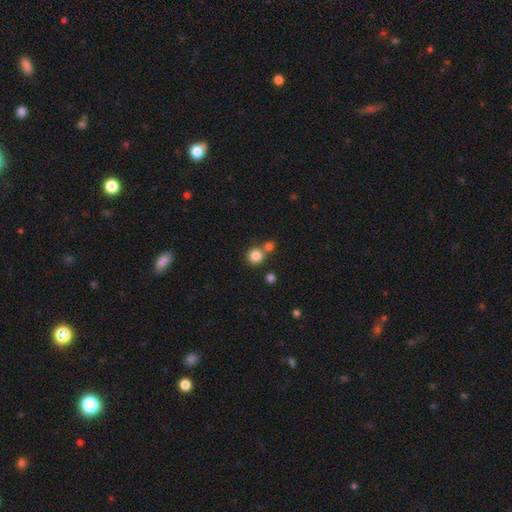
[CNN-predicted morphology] Smooth or featured?
  - smooth: 82% *
  - star or artifact: 12%
  - featured or disk: 6%
How rounded?
  - round: 92% *
  - in between: 7%
  - cigar-shaped: 1%
Merging?
  - none: 62% *
  - merger: 28%
  - minor disturbance: 7%
  - major disturbance: 3%